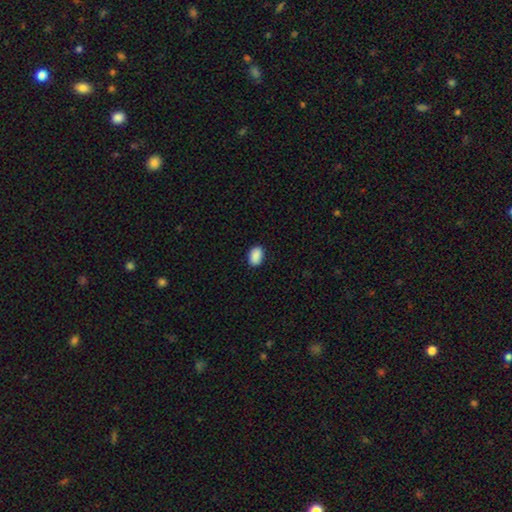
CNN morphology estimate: smooth_or_featured: smooth (p=0.90) [alt: star or artifact p=0.07]
how_rounded: in between (p=0.87) [alt: round p=0.11]
merging: none (p=0.88) [alt: minor disturbance p=0.09]